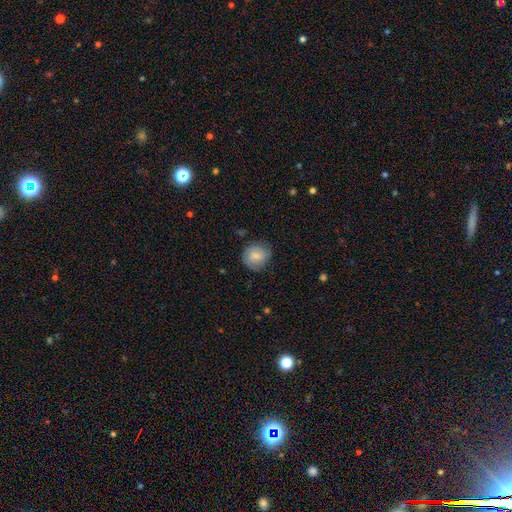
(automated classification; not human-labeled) The model was most divided on "merging": none: 77%, minor disturbance: 17%, major disturbance: 4%, merger: 1%. More confident: how rounded — round (84%); smooth or featured — smooth (79%).